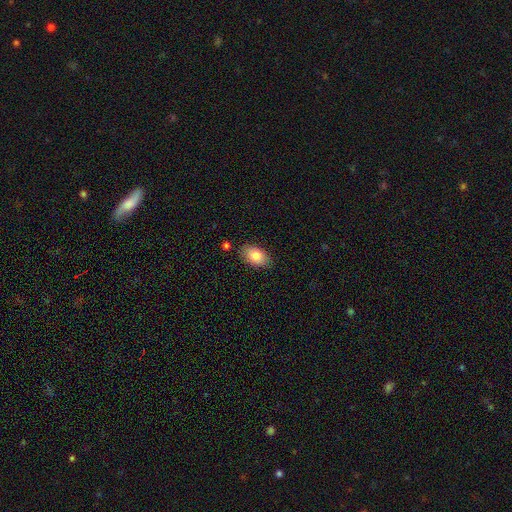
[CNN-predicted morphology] A smooth galaxy with no disk features (82%) that is in between round and cigar-shaped (90%).

Vote fractions:
- Smooth or featured? smooth: 82% / featured or disk: 11% / star or artifact: 7%
- How rounded? in between: 90% / round: 8% / cigar-shaped: 2%
- Merging? none: 83% / minor disturbance: 12% / merger: 2% / major disturbance: 2%